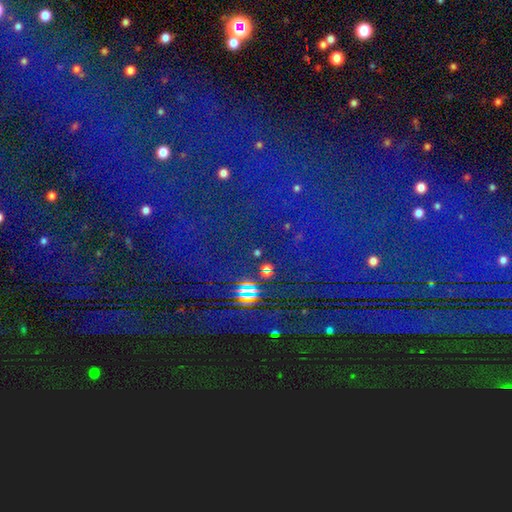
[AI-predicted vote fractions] The model was most divided on "smooth or featured": star or artifact: 86%, smooth: 7%, featured or disk: 7%.